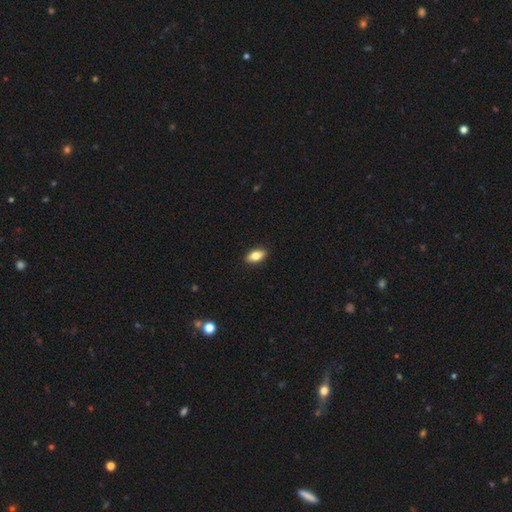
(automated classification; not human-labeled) smooth-or-featured: smooth: 78% | featured or disk: 14% | star or artifact: 7%
  how-rounded: in between: 87% | cigar-shaped: 8% | round: 5%
  merging: none: 90% | minor disturbance: 8% | major disturbance: 2% | merger: 1%